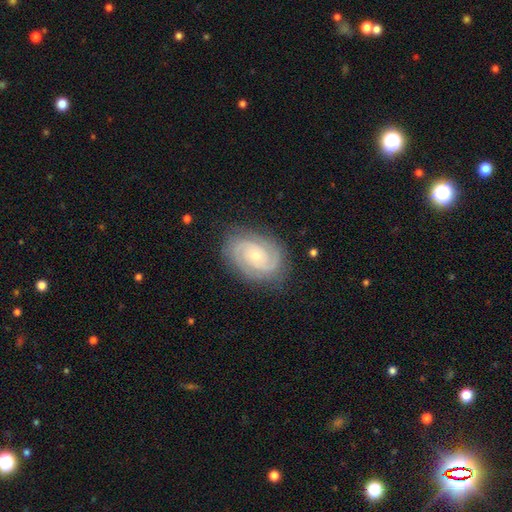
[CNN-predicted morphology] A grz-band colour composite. It shows a featured or disk galaxy (88%) with no bar (70%), 2 (67%) tight (66%) spiral arms (98%) and a small central bulge (69%). Merging: none (82%).